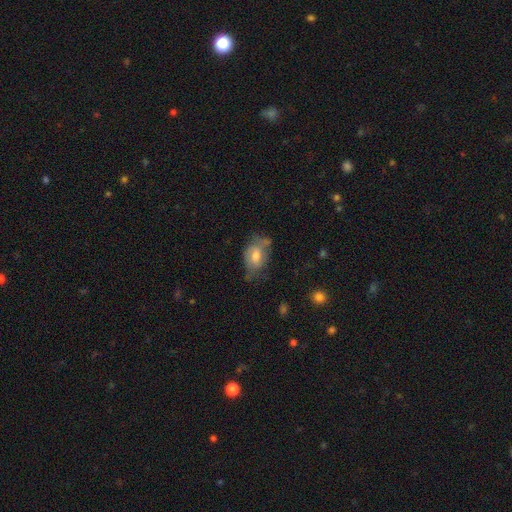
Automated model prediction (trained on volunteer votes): Smooth or featured: smooth — 56% (featured or disk — 35%)
How rounded: in between — 82% (round — 16%)
Merging: none — 44% (minor disturbance — 36%)